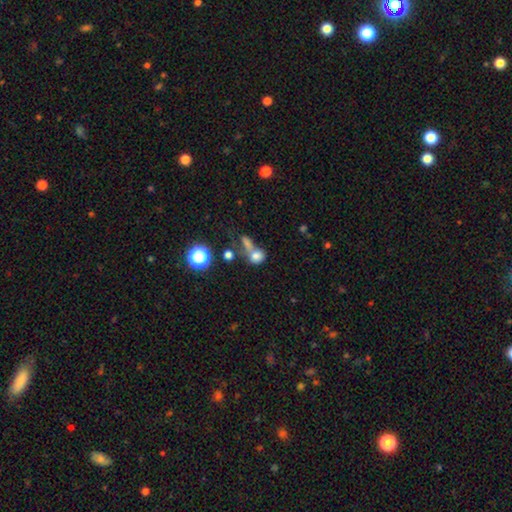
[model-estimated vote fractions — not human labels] A smooth galaxy with no disk features (74%) that is round (66%).

Vote fractions:
- Smooth or featured? smooth: 74% / star or artifact: 15% / featured or disk: 11%
- How rounded? round: 66% / in between: 32% / cigar-shaped: 2%
- Merging? merger: 46% / none: 35% / minor disturbance: 10% / major disturbance: 8%